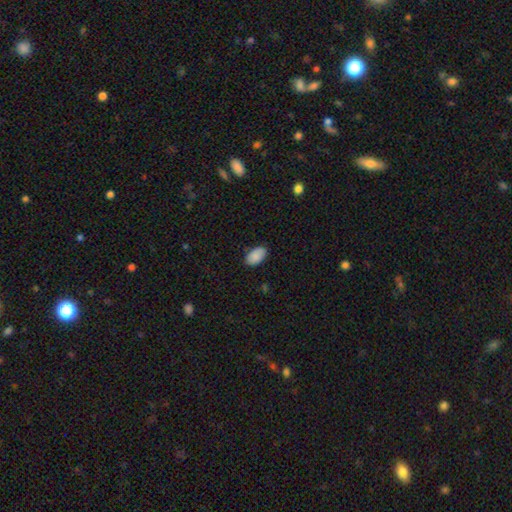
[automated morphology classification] smooth 87%, featured or disk 7%, star or artifact 7%. Down the decision tree: how rounded — in between (94%); merging — none (84%).